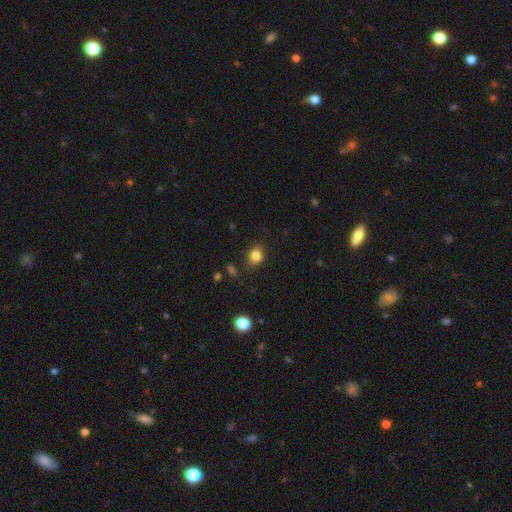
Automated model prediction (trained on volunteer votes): Q: Smooth or featured?
A: smooth (83%); runner-up: star or artifact (11%)
Q: How rounded?
A: round (54%); runner-up: in between (44%)
Q: Merging?
A: none (74%); runner-up: minor disturbance (18%)